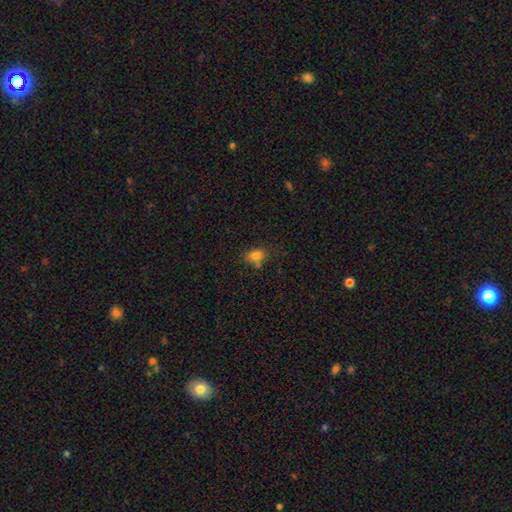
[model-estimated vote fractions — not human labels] The model was most divided on "how rounded": in between: 70%, round: 28%, cigar-shaped: 2%. More confident: smooth or featured — smooth (78%); merging — none (64%).